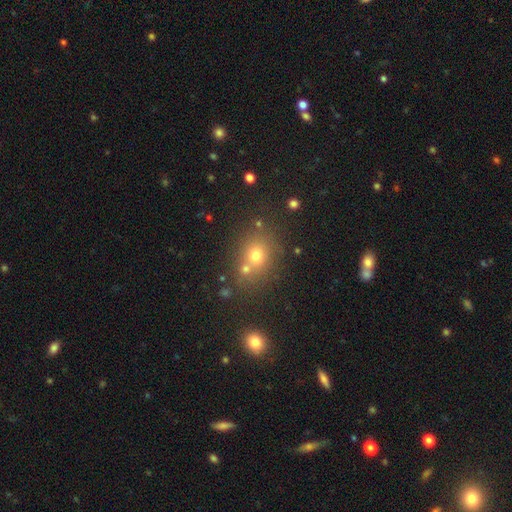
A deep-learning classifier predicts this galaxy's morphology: The model was most divided on "how rounded": round: 67%, in between: 32%, cigar-shaped: 1%. More confident: smooth or featured — smooth (69%); merging — none (61%).